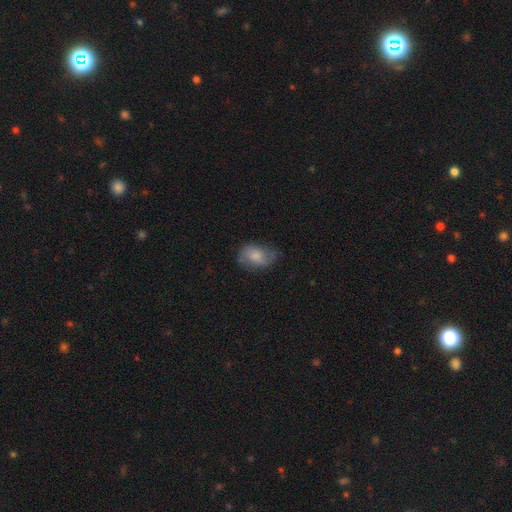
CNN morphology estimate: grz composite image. It shows a smooth galaxy with no disk features (62%) that is in between round and cigar-shaped (82%). Merging: none (58%).